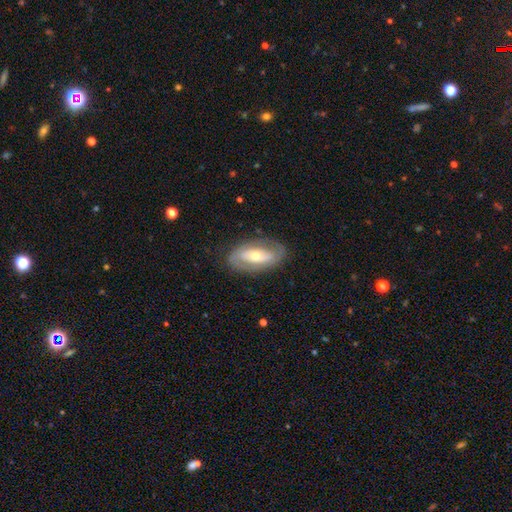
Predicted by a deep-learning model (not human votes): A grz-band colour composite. It shows a featured or disk galaxy (66%) with no bar (50%), spiral arms (54%) and a moderate central bulge (56%). Merging: none (79%).